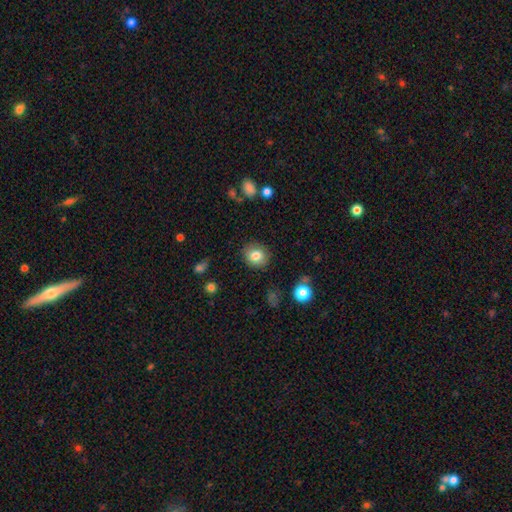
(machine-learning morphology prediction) type=smooth (81%); roundness=round (74%); merging=none (87%).